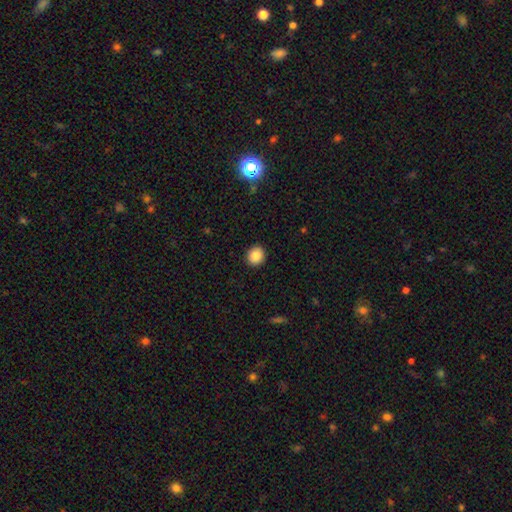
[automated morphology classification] smooth 86%, star or artifact 9%, featured or disk 5%. Down the decision tree: how rounded — round (83%); merging — none (92%).